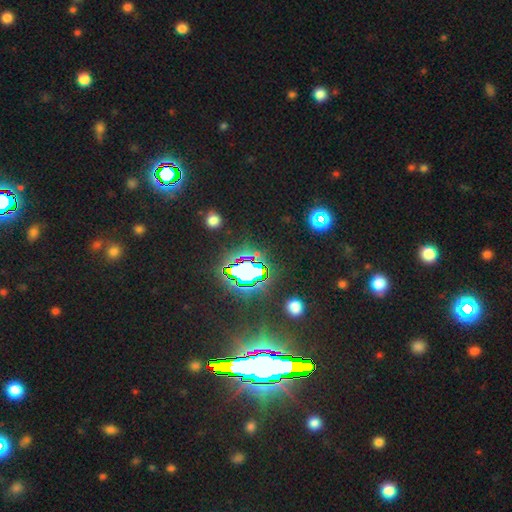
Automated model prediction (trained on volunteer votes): smooth-or-featured: star or artifact: 75% | smooth: 15% | featured or disk: 10%